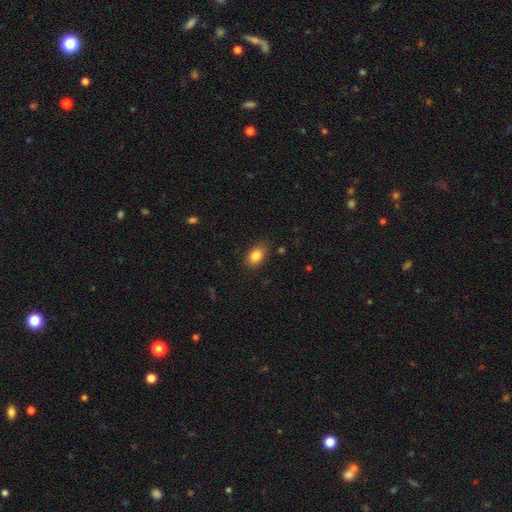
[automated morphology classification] This appears to be a smooth galaxy with no disk features (84%) that is in between round and cigar-shaped (82%). Merging: none (80%).